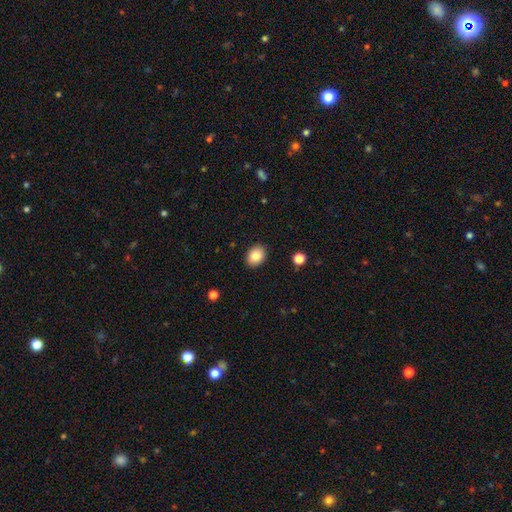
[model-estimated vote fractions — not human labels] This is clearly a smooth galaxy (85%). How rounded: likely in between (70%). Merging: clearly none (89%).